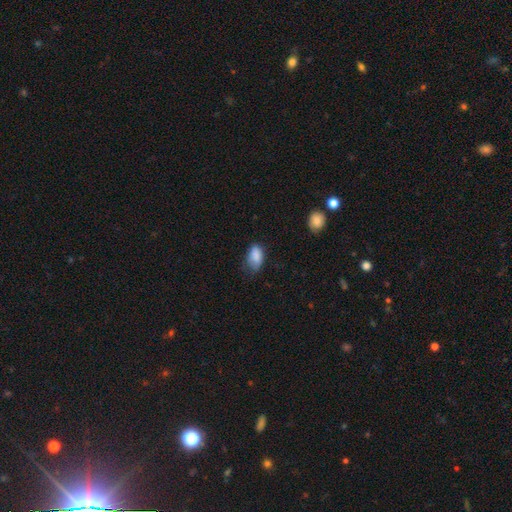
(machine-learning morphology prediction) Smooth or featured? smooth (84%)
How rounded? in between (91%)
Merging? none (50%)